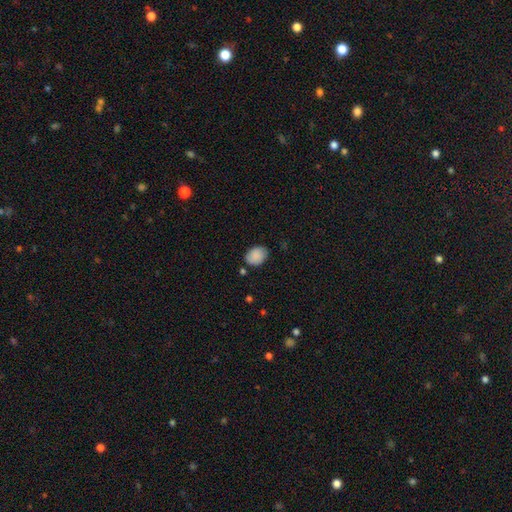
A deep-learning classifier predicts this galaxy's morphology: type=smooth (87%); roundness=in between (65%); merging=none (77%).